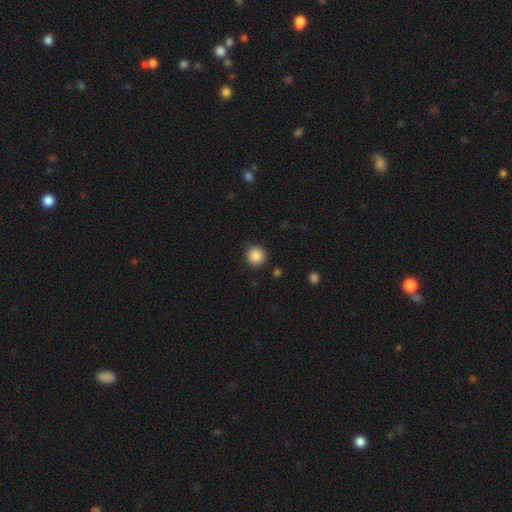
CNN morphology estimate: This is clearly a smooth galaxy (87%). How rounded: clearly round (94%). Merging: clearly none (89%).